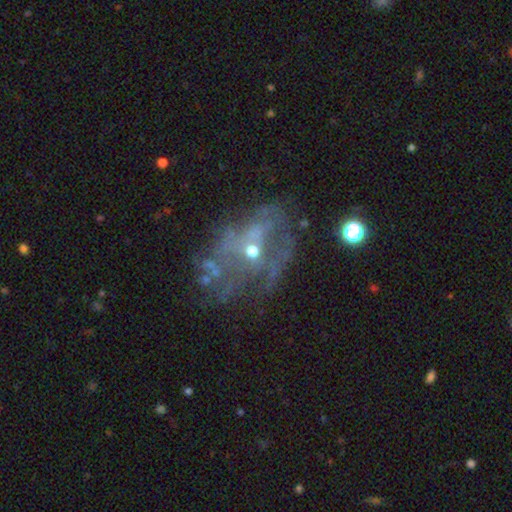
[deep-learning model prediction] featured or disk 69%, star or artifact 19%, smooth 13%. Down the decision tree: edge-on disk — no (96%); bar — no (76%); spiral arms — no (55%); bulge size — small (60%); merging — none (49%).